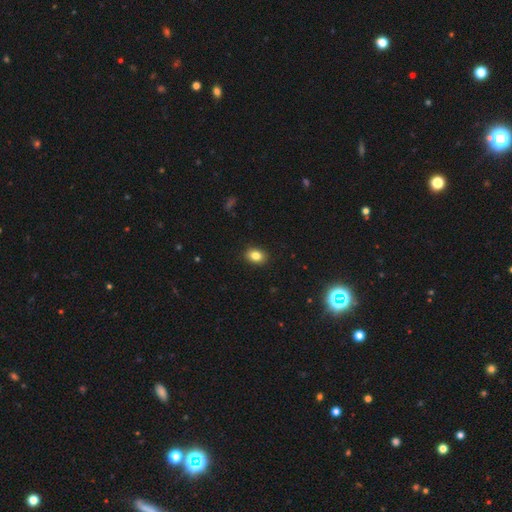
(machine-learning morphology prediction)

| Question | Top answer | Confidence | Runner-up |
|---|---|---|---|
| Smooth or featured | smooth | 84% | star or artifact (10%) |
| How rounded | in between | 70% | round (29%) |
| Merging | none | 90% | minor disturbance (7%) |